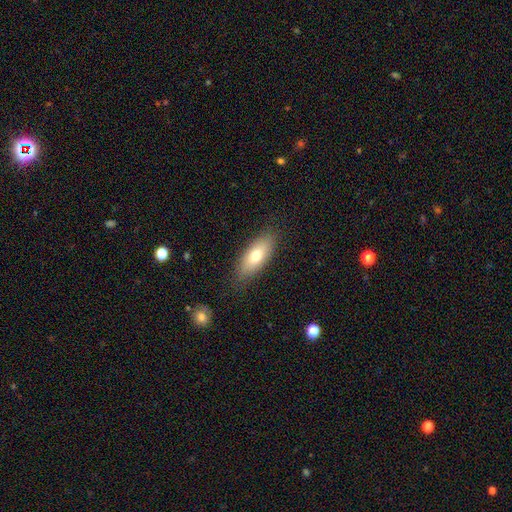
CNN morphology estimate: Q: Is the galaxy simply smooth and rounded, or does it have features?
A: smooth — 71%.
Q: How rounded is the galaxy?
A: in between — 75%.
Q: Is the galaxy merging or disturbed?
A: none — 84%.